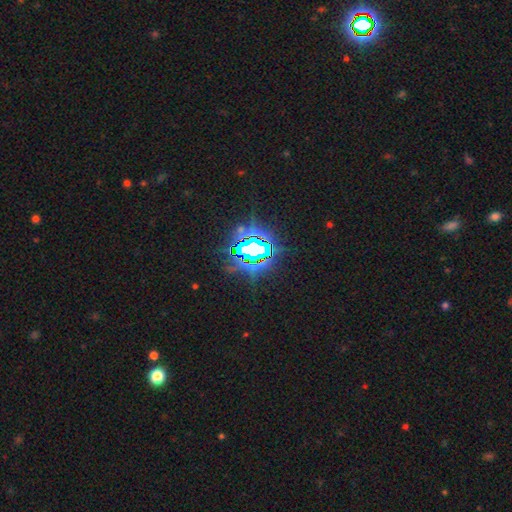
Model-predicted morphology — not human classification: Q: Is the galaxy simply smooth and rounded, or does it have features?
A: star or artifact — 79%.